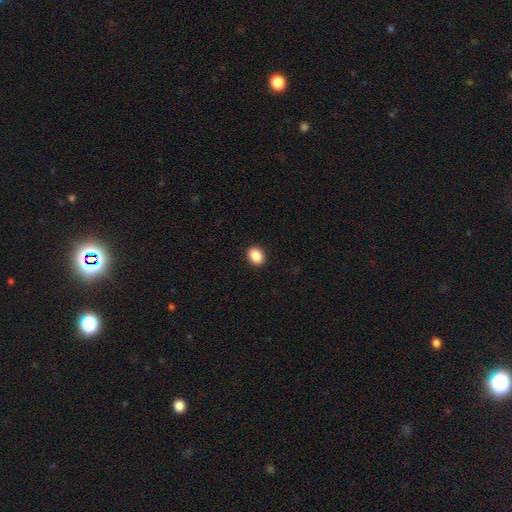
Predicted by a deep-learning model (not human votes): A smooth galaxy with no disk features (89%) that is in between round and cigar-shaped (64%). Merging: none (92%).